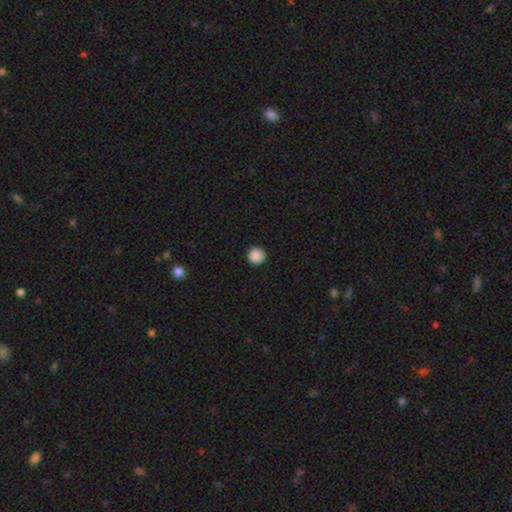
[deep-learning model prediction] Morphology: type=smooth (89%); roundness=round (96%); merging=none (93%).